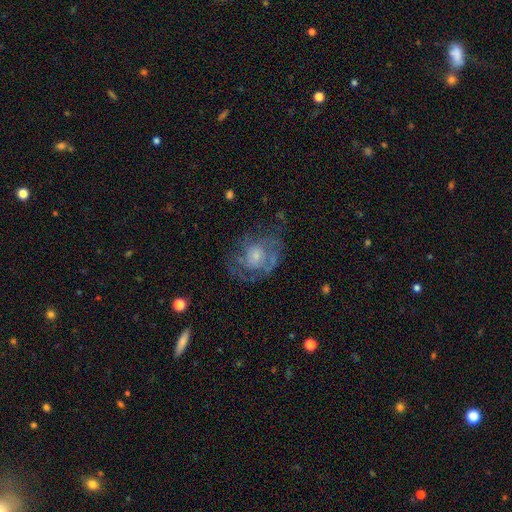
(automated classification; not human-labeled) smooth_or_featured: featured or disk (p=0.66) [alt: smooth p=0.24]
disk_edge_on: no (p=0.97) [alt: yes p=0.03]
bar: no (p=0.80) [alt: weak p=0.17]
has_spiral_arms: yes (p=0.66) [alt: no p=0.34]
bulge_size: small (p=0.58) [alt: moderate p=0.27]
merging: none (p=0.56) [alt: major disturbance p=0.22]